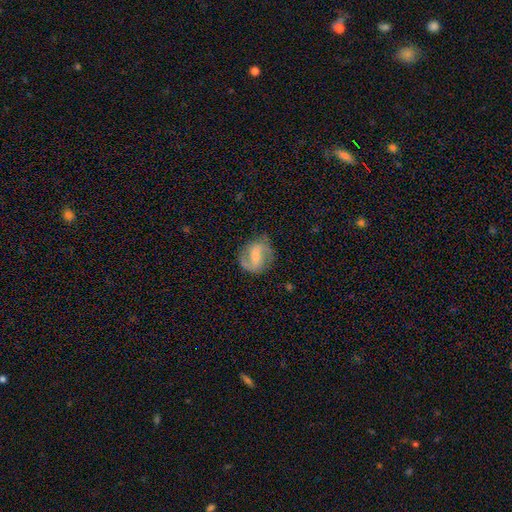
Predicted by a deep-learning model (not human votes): A featured or disk galaxy (70%) with a weak bar (48%), 2 (84%) medium (48%) spiral arms (90%) and a small central bulge (46%). Merging: none (72%).